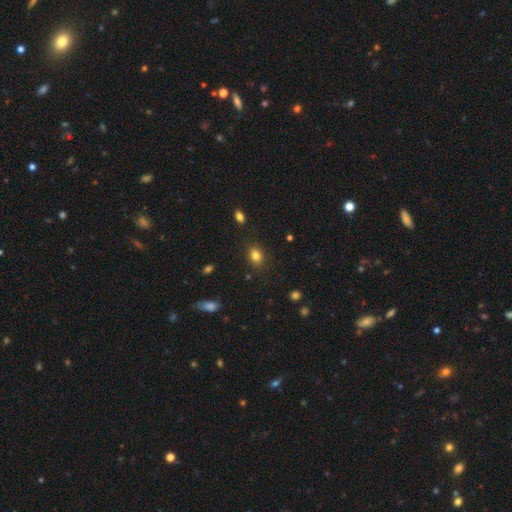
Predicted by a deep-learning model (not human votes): Overall: smooth (81%). How rounded: in between (57%; round 42%). Merging: none (85%).